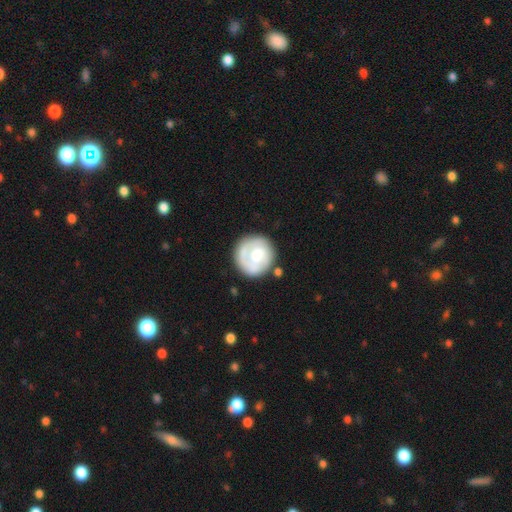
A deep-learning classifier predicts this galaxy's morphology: featured or disk 52%, smooth 42%, star or artifact 5%. Down the decision tree: edge-on disk — no (98%); bar — no (61%); spiral arms — yes (65%); bulge size — moderate (47%); merging — none (71%).